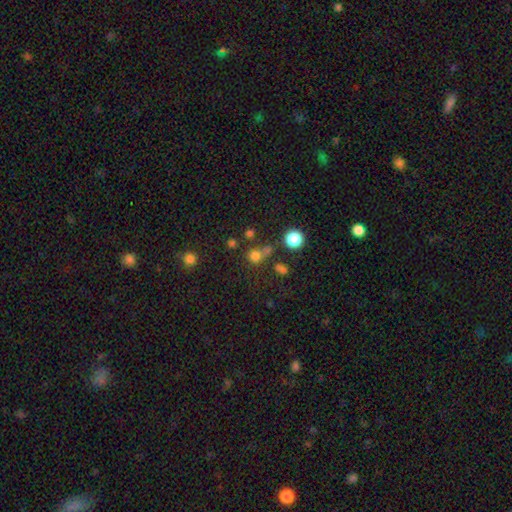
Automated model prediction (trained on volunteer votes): Overall: smooth (71%). How rounded: round (88%). Merging: none (58%; merger 24%).